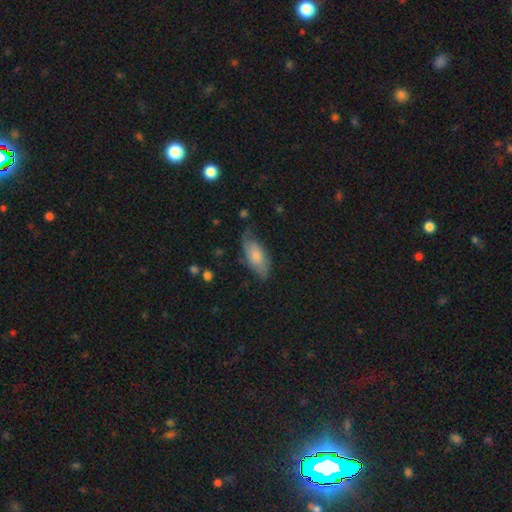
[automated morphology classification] Smooth or featured? smooth (64%)
How rounded? in between (85%)
Merging? none (61%)